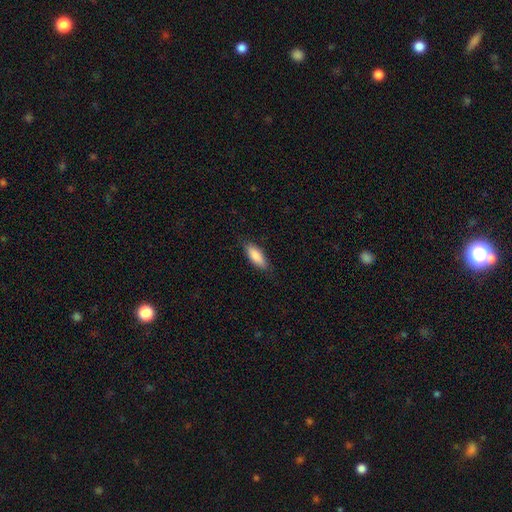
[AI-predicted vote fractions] smooth 86%, featured or disk 8%, star or artifact 6%. Down the decision tree: how rounded — in between (68%); merging — none (82%).